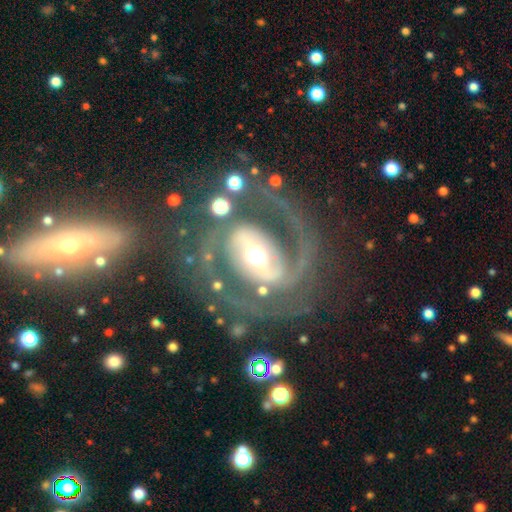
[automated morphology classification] Smooth or featured? featured or disk (89%)
Edge-on disk? no (97%)
Bar? strong (42%)
Spiral arms? yes (94%)
Spiral winding? medium (50%)
Spiral arm count? 2 (84%)
Bulge size? moderate (63%)
Merging? none (65%)